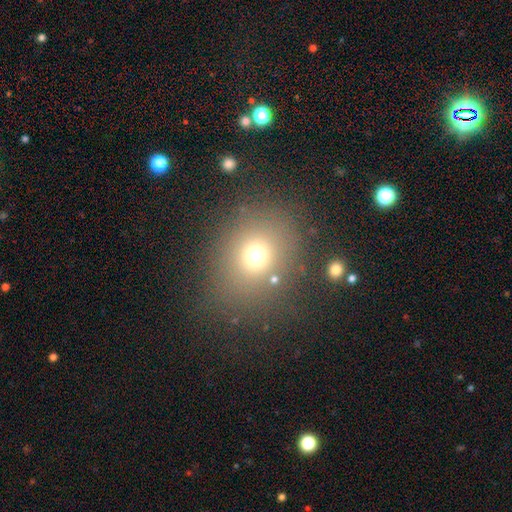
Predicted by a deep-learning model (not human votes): smooth 70%, star or artifact 18%, featured or disk 11%. Down the decision tree: how rounded — round (70%); merging — none (79%).